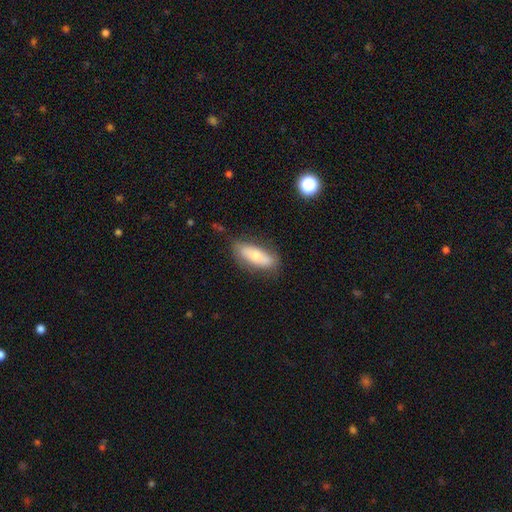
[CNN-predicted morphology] Smooth or featured: smooth — 66% (featured or disk — 28%)
How rounded: in between — 73% (cigar-shaped — 25%)
Merging: none — 75% (minor disturbance — 18%)